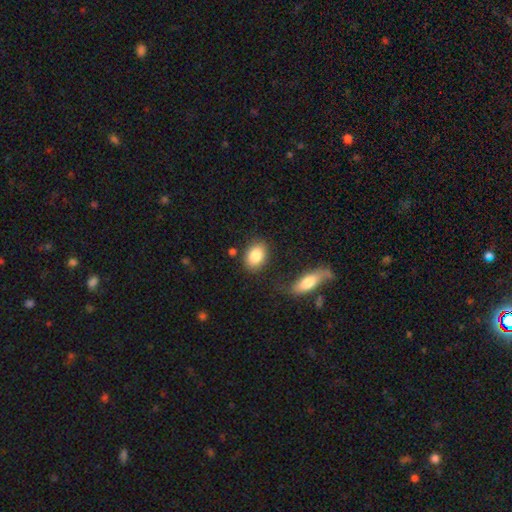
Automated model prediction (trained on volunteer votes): Smooth or featured: smooth — 85% (featured or disk — 8%)
How rounded: in between — 75% (round — 23%)
Merging: none — 81% (minor disturbance — 11%)